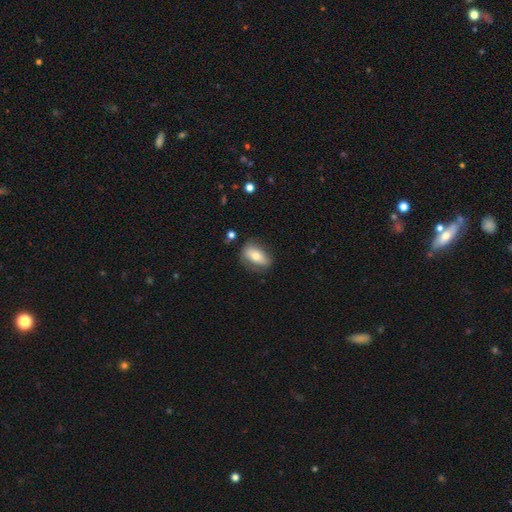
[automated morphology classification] smooth-or-featured: smooth: 63% | featured or disk: 30% | star or artifact: 7%
  how-rounded: in between: 85% | round: 9% | cigar-shaped: 7%
  merging: none: 68% | minor disturbance: 22% | major disturbance: 8% | merger: 2%